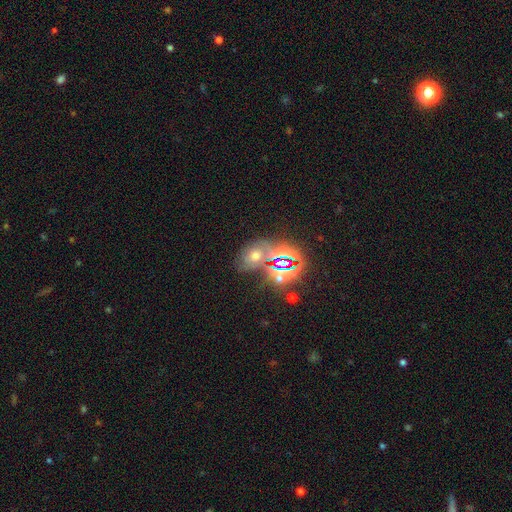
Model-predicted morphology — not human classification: Smooth or featured: star or artifact — 55% (smooth — 27%)